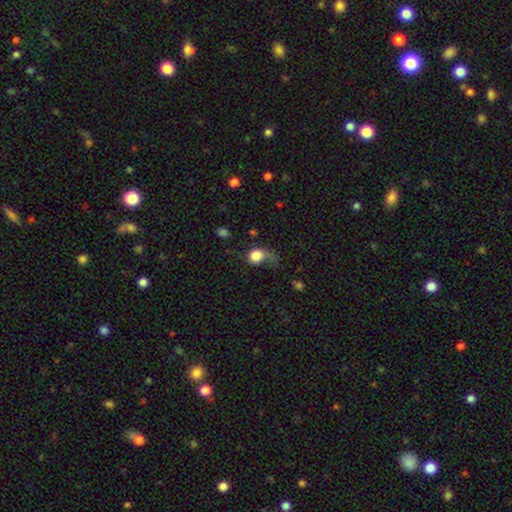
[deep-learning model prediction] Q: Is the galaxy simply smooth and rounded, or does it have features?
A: smooth — 79%.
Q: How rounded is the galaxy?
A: round — 71%.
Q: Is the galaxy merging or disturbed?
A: major disturbance — 40%.